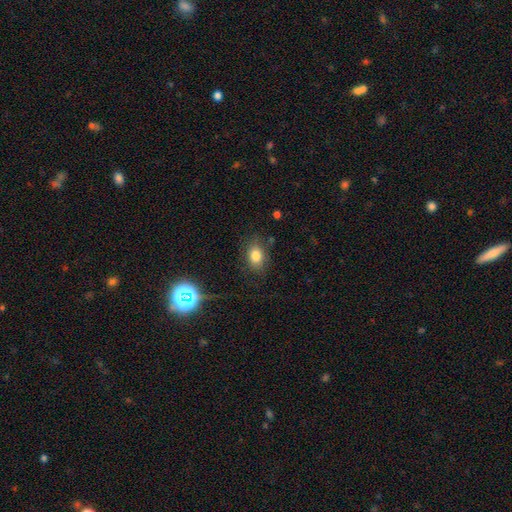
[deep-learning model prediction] smooth 80%, star or artifact 11%, featured or disk 9%. Down the decision tree: how rounded — in between (76%); merging — none (77%).